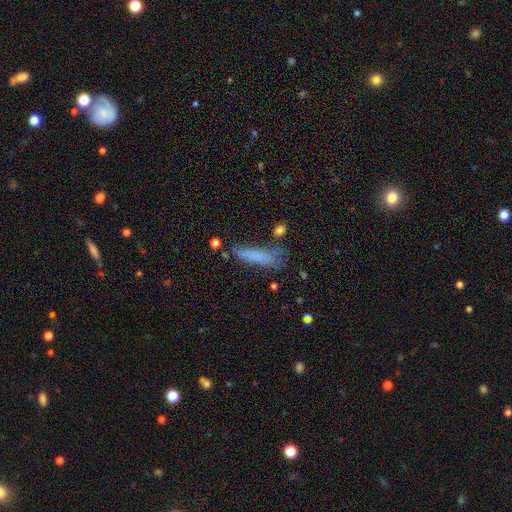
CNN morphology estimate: Overall: smooth (72%). How rounded: cigar-shaped (76%). Merging: none (59%; minor disturbance 24%).